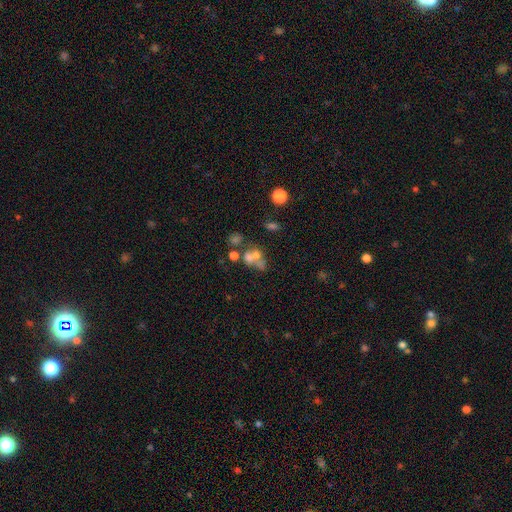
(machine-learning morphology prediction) Smooth or featured? Predicted: smooth (p=0.46). Merging? Predicted: merger (p=0.49).